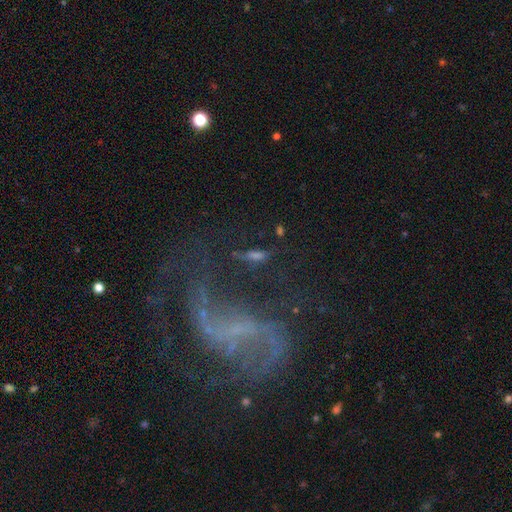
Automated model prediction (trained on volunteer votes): Q: Smooth or featured?
A: featured or disk (50%); runner-up: smooth (29%)
Q: Merging?
A: none (59%); runner-up: minor disturbance (18%)